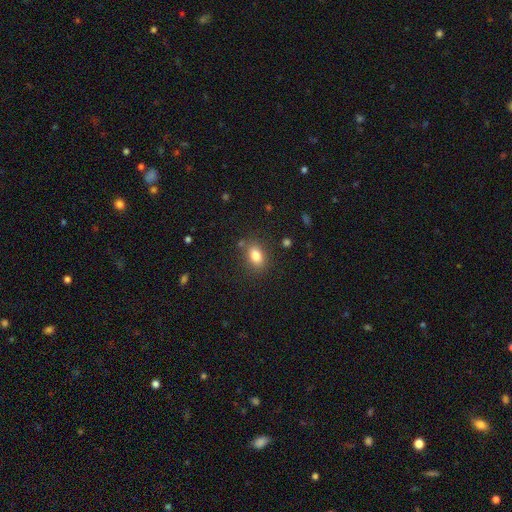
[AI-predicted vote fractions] This appears to be a smooth galaxy with no disk features (82%) that is in between round and cigar-shaped (81%). Merging: none (81%).